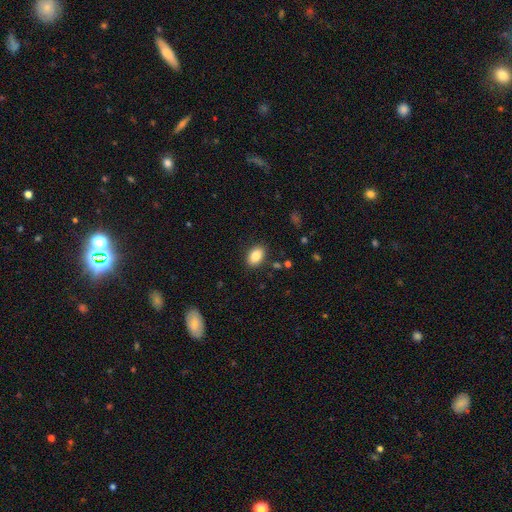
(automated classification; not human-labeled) Smooth or featured? Predicted: smooth (p=0.86). How rounded? Predicted: in between (p=0.88). Merging? Predicted: none (p=0.87).